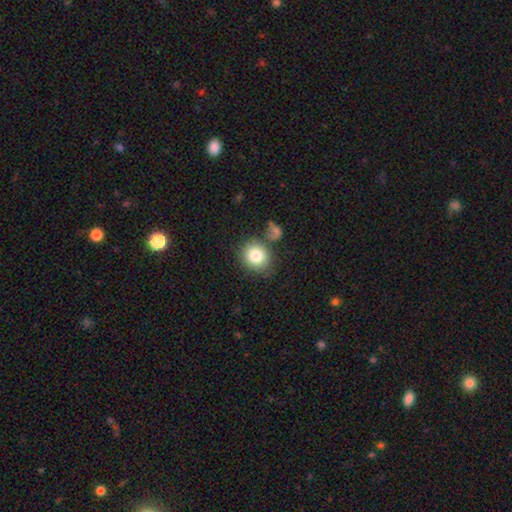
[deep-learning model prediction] Morphology: type=smooth (81%); roundness=round (77%); merging=none (73%).